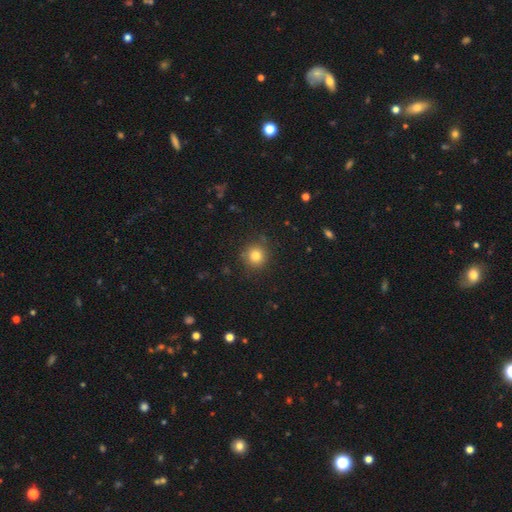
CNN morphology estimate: A smooth galaxy with no disk features (81%) that is round (93%).

Vote fractions:
- Smooth or featured? smooth: 81% / star or artifact: 12% / featured or disk: 7%
- How rounded? round: 93% / in between: 6% / cigar-shaped: 1%
- Merging? none: 87% / minor disturbance: 9% / major disturbance: 3% / merger: 1%